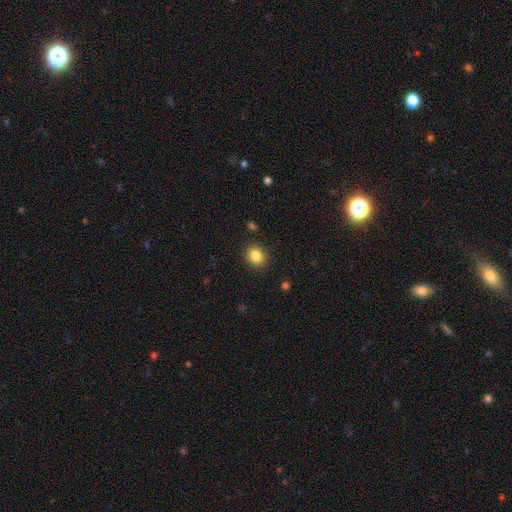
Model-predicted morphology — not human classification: type=smooth (85%); roundness=round (74%); merging=none (89%).